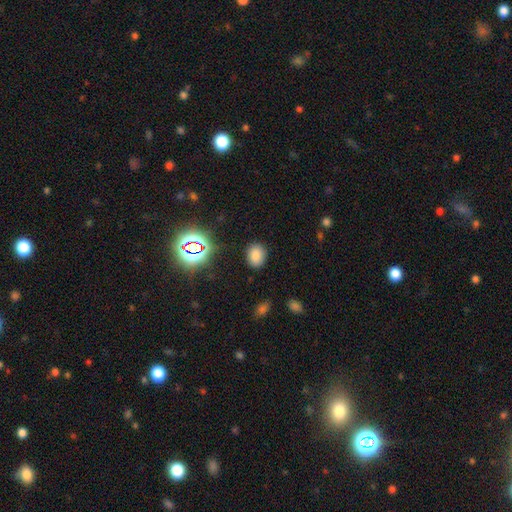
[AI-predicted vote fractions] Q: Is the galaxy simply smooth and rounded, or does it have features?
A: smooth — 76%.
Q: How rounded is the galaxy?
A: in between — 58%.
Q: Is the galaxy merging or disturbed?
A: none — 86%.